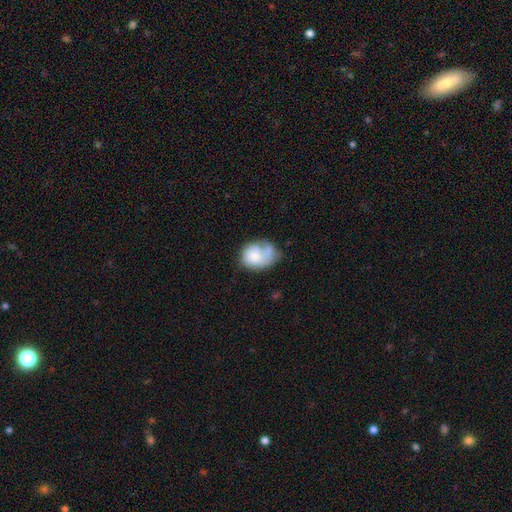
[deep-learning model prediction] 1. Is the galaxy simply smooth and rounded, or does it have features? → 56% smooth, 37% featured or disk, 7% star or artifact.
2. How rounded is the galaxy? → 57% in between, 42% round, 1% cigar-shaped.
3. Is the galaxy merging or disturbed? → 34% none, 27% minor disturbance, 25% major disturbance, 14% merger.